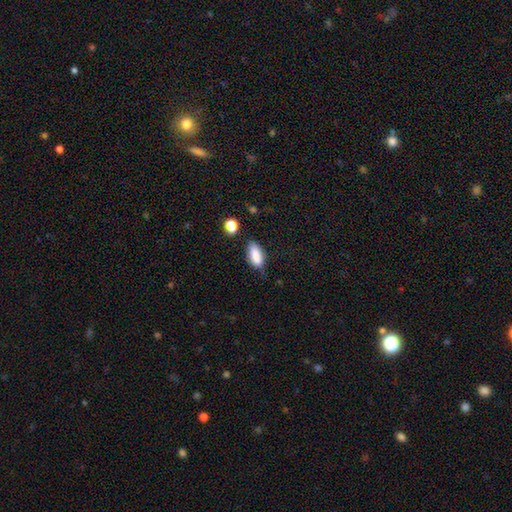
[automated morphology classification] A smooth galaxy with no disk features (85%) that is in between round and cigar-shaped (83%).

Vote fractions:
- Smooth or featured? smooth: 85% / star or artifact: 8% / featured or disk: 8%
- How rounded? in between: 83% / cigar-shaped: 14% / round: 3%
- Merging? none: 67% / minor disturbance: 24% / major disturbance: 5% / merger: 4%